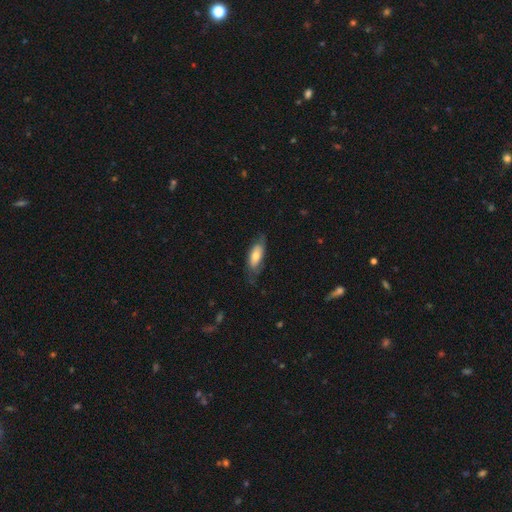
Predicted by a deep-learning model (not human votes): Smooth or featured: smooth — 63% (featured or disk — 31%)
How rounded: in between — 73% (cigar-shaped — 24%)
Merging: none — 65% (minor disturbance — 25%)